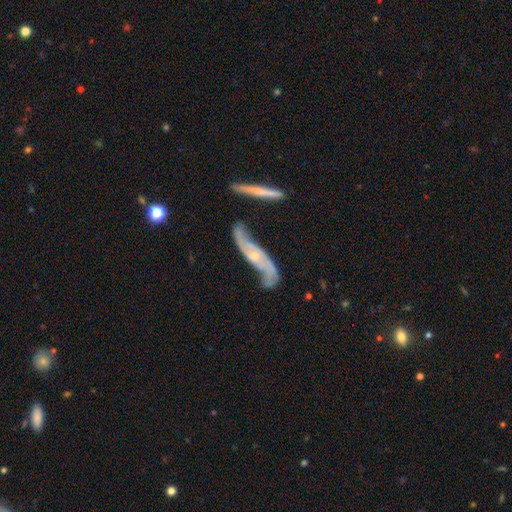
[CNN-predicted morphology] Overall: featured or disk (83%). Edge-on disk: no (77%). Bar: no (56%; weak 32%). Spiral arms: yes (94%). Spiral arm count: 2 (87%). Spiral winding: loose (55%; medium 31%). Bulge size: small (68%). Merging: none (57%; minor disturbance 22%).